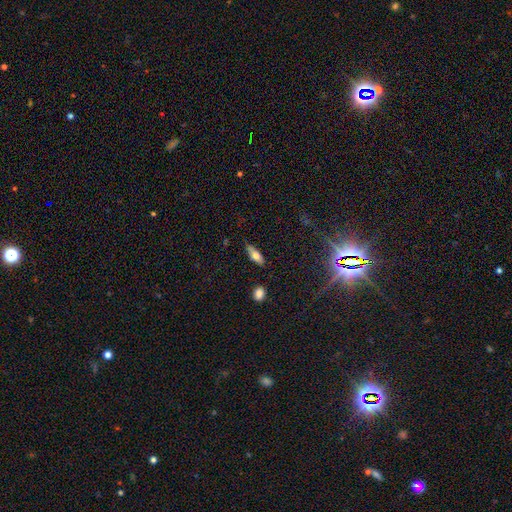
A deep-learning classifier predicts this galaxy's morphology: smooth-or-featured: smooth: 60% | featured or disk: 32% | star or artifact: 8%
  how-rounded: in between: 64% | cigar-shaped: 33% | round: 3%
  merging: none: 77% | minor disturbance: 17% | major disturbance: 4% | merger: 2%